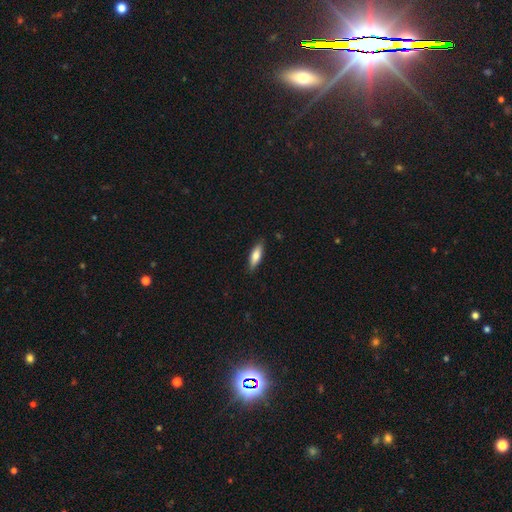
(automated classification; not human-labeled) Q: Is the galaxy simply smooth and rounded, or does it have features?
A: smooth — 75%.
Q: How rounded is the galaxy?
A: in between — 53%.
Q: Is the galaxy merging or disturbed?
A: none — 86%.